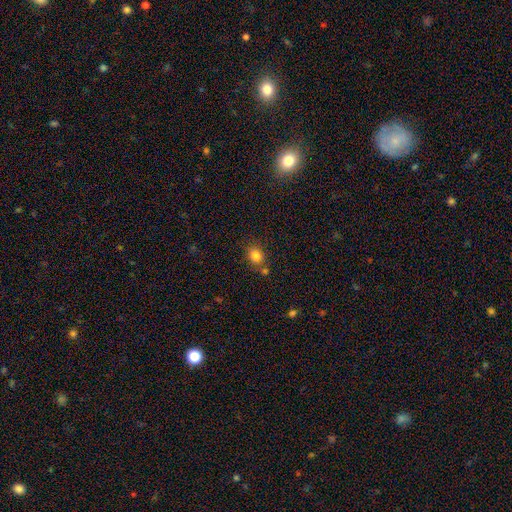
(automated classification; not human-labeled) The model was most divided on "how rounded": round: 62%, in between: 37%, cigar-shaped: 1%. More confident: smooth or featured — smooth (83%); merging — none (68%).